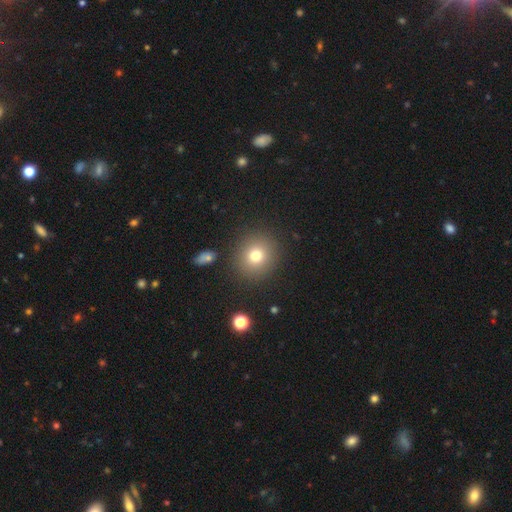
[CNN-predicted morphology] A smooth galaxy with no disk features (75%) that is round (85%). Merging: none (88%).